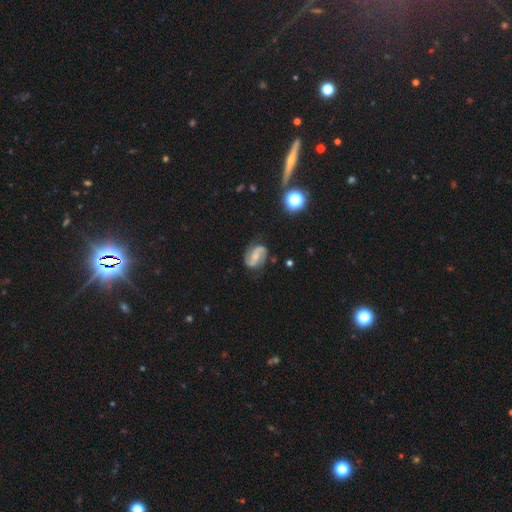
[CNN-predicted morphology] A featured or disk galaxy (83%) with a weak bar (41%), 2 (92%) medium (45%) spiral arms (97%) and a small central bulge (47%). Merging: none (78%).